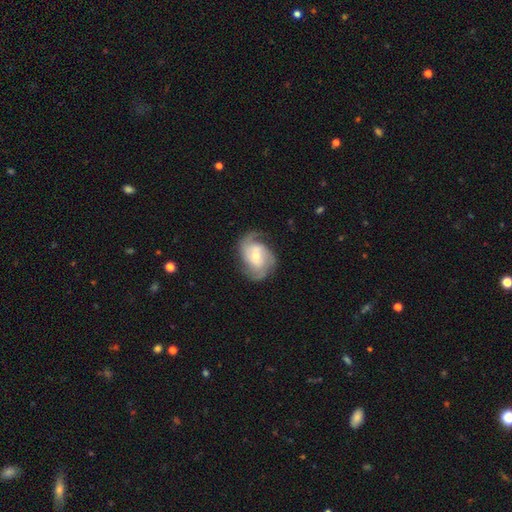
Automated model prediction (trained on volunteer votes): Morphology: type=featured or disk (82%); edge-on=no (97%); bar=no (58%); spiral arms=yes (95%); winding=medium (46%); arm count=2 (43%); bulge=small (47%, tied with moderate); merging=none (67%).